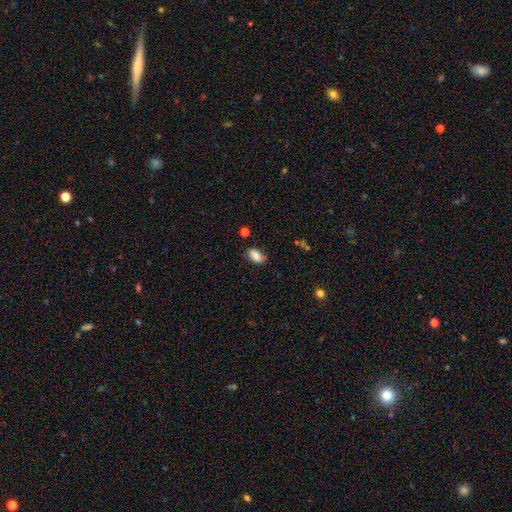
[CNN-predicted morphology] Smooth or featured? Predicted: smooth (p=0.80). How rounded? Predicted: in between (p=0.89). Merging? Predicted: none (p=0.78).